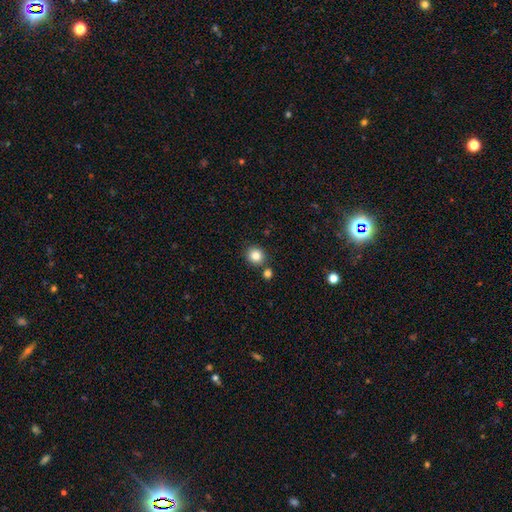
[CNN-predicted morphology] Smooth or featured: smooth — 84% (star or artifact — 10%)
How rounded: round — 87% (in between — 12%)
Merging: none — 80% (merger — 10%)